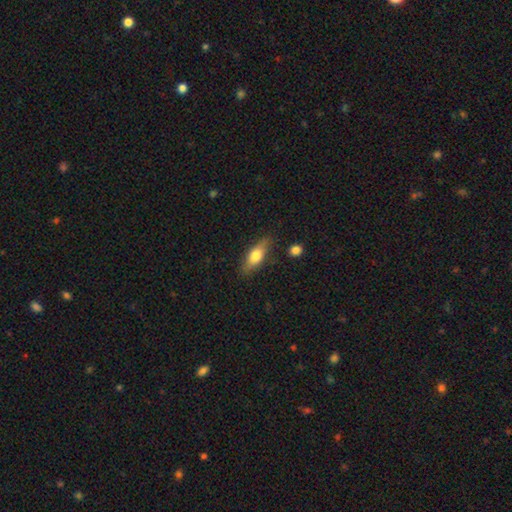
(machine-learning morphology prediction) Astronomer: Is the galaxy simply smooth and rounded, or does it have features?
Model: smooth — 64%.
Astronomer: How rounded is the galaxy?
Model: in between — 64%.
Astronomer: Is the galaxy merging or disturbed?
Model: none — 79%.